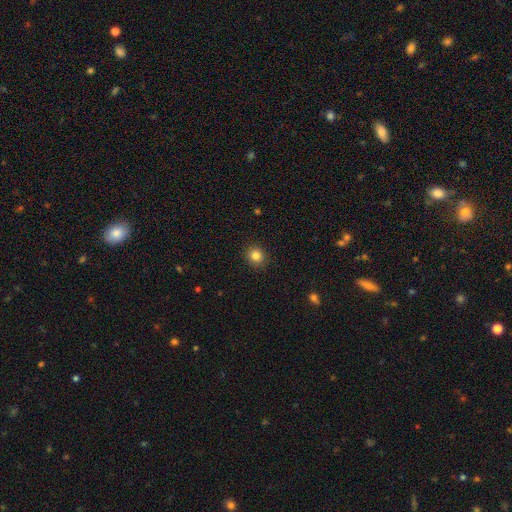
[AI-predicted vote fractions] smooth-or-featured: smooth: 84% | star or artifact: 12% | featured or disk: 5%
  how-rounded: round: 83% | in between: 16% | cigar-shaped: 1%
  merging: none: 91% | minor disturbance: 6% | major disturbance: 2% | merger: 1%